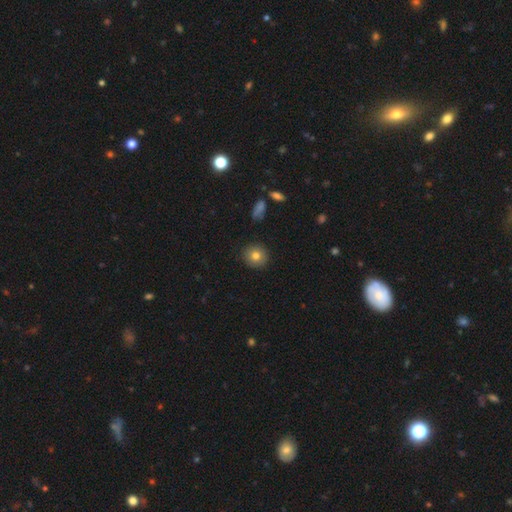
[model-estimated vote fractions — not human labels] smooth_or_featured: smooth (p=0.79) [alt: featured or disk p=0.11]
how_rounded: round (p=0.90) [alt: in between p=0.09]
merging: none (p=0.90) [alt: minor disturbance p=0.07]